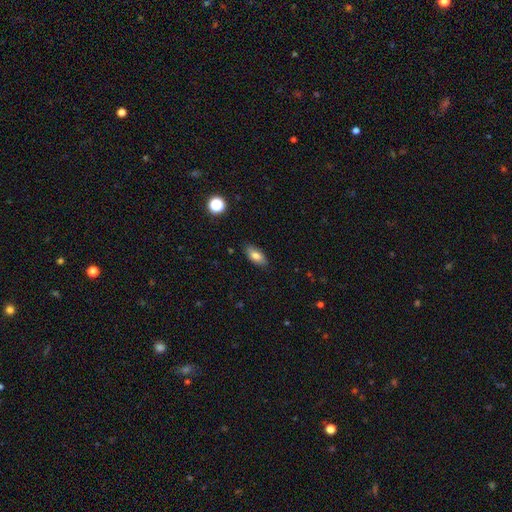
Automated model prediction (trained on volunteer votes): smooth_or_featured: smooth (p=0.78) [alt: featured or disk p=0.14]
how_rounded: in between (p=0.87) [alt: cigar-shaped p=0.09]
merging: none (p=0.86) [alt: minor disturbance p=0.11]